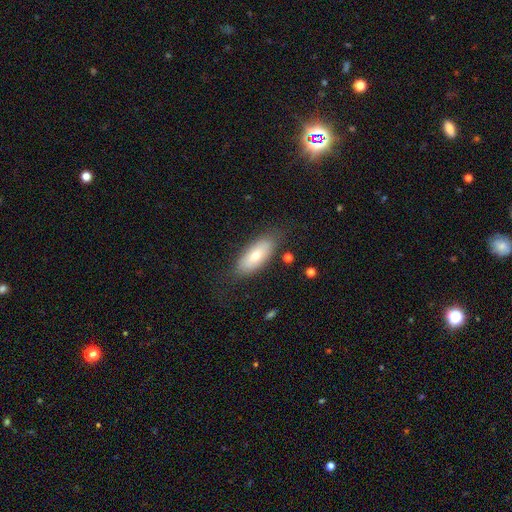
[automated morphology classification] Smooth or featured: smooth — 69% (featured or disk — 25%)
How rounded: in between — 81% (cigar-shaped — 17%)
Merging: none — 77% (minor disturbance — 16%)